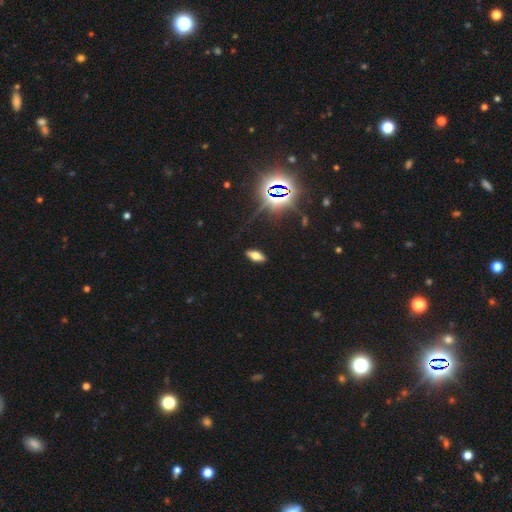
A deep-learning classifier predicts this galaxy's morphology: Overall: smooth (55%; star or artifact 23%). How rounded: in between (80%). Merging: none (88%).